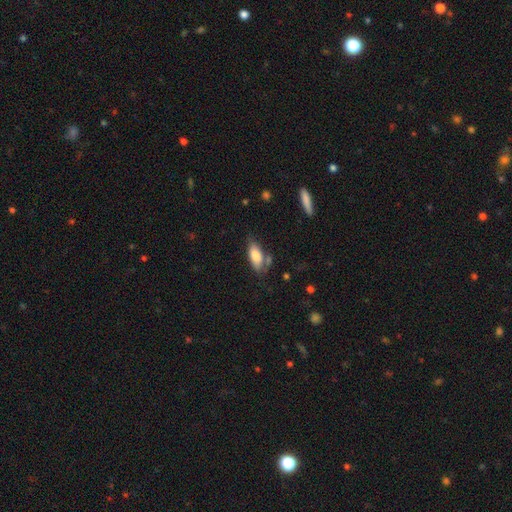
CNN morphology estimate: Smooth or featured?
  - smooth: 78% *
  - featured or disk: 15%
  - star or artifact: 7%
How rounded?
  - in between: 81% *
  - cigar-shaped: 16%
  - round: 2%
Merging?
  - none: 55% *
  - minor disturbance: 26%
  - merger: 11%
  - major disturbance: 8%